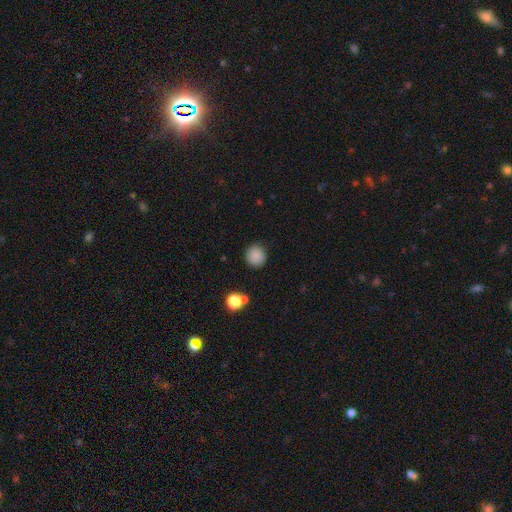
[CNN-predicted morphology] Smooth or featured? Predicted: smooth (p=0.86). How rounded? Predicted: round (p=0.92). Merging? Predicted: none (p=0.87).